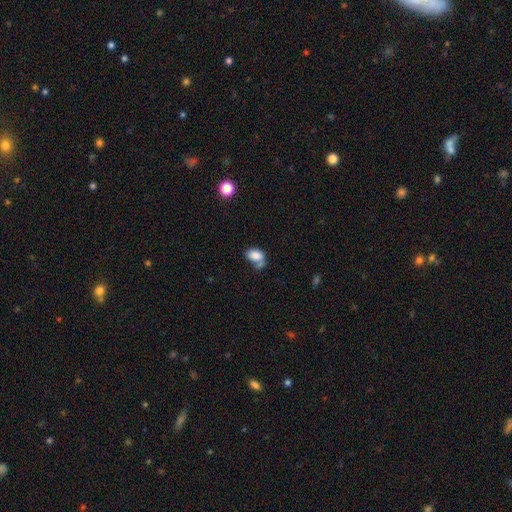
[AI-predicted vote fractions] The model was most divided on "merging": merger: 37%, none: 33%, minor disturbance: 17%, major disturbance: 13%. More confident: how rounded — in between (83%); smooth or featured — smooth (81%).